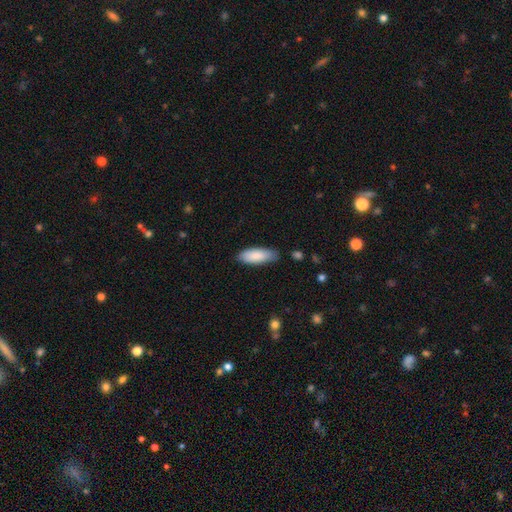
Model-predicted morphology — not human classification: smooth_or_featured: smooth (p=0.86) [alt: featured or disk p=0.09]
how_rounded: in between (p=0.69) [alt: cigar-shaped p=0.29]
merging: none (p=0.79) [alt: minor disturbance p=0.16]